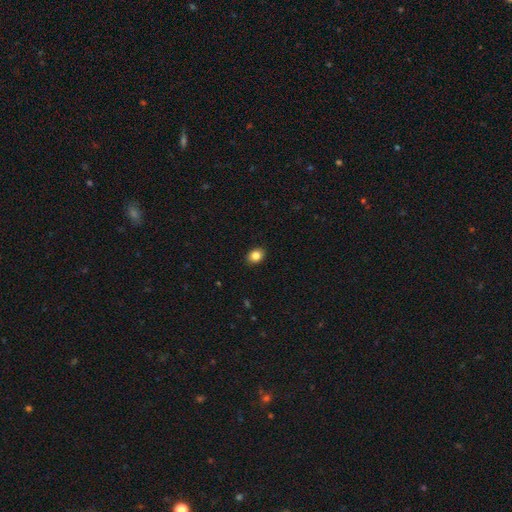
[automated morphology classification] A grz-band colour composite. It shows a smooth galaxy with no disk features (85%) that is in between round and cigar-shaped (56%). Merging: none (90%).